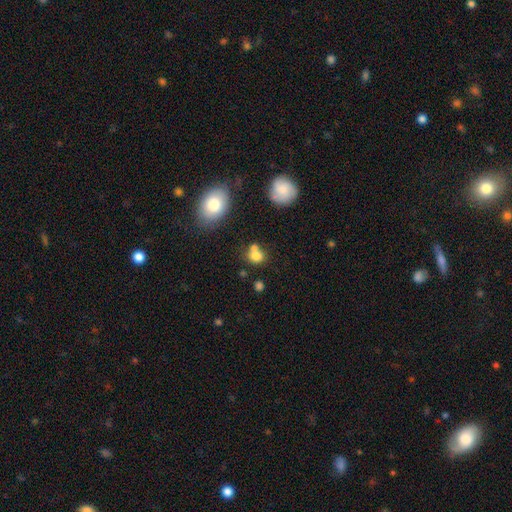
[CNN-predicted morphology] A smooth galaxy with no disk features (78%) that is round (64%). Merging: none (43%).